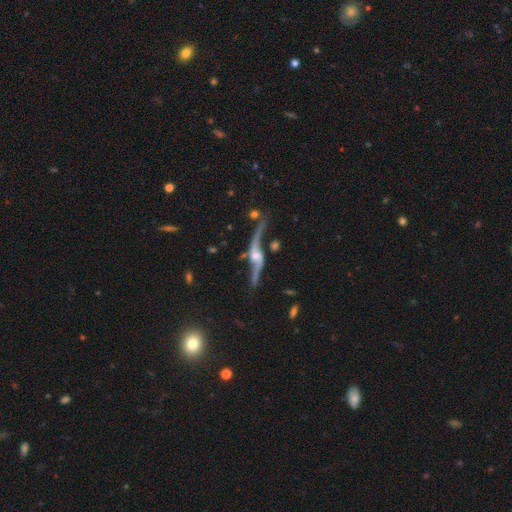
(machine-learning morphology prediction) A featured or disk galaxy (87%) with no bar (55%), spiral arms (90%) and a moderate central bulge (47%). Merging: none (56%).